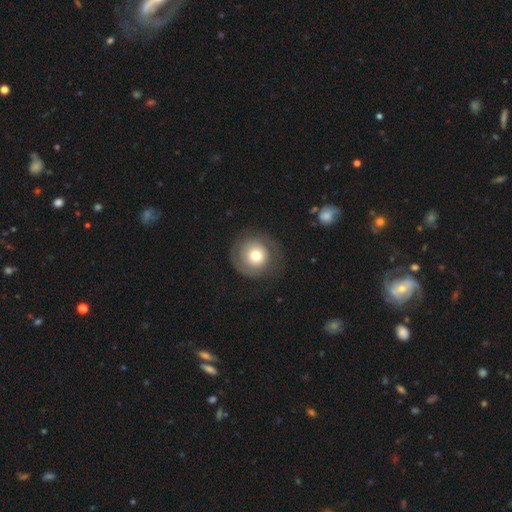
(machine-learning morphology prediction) Overall: smooth (55%; featured or disk 37%). How rounded: round (93%). Merging: none (77%).